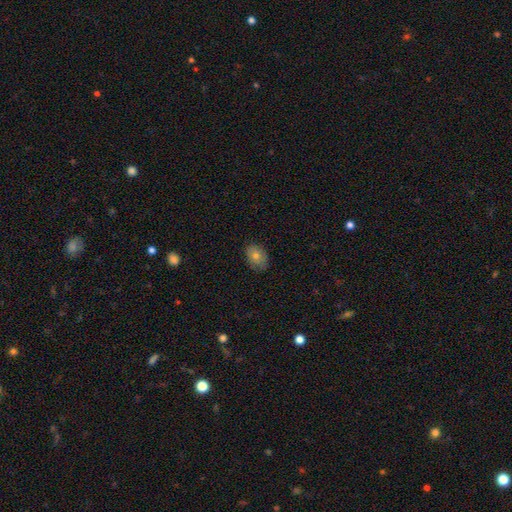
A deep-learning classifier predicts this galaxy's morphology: Smooth or featured: smooth — 69% (featured or disk — 20%)
How rounded: in between — 71% (round — 28%)
Merging: none — 82% (minor disturbance — 14%)